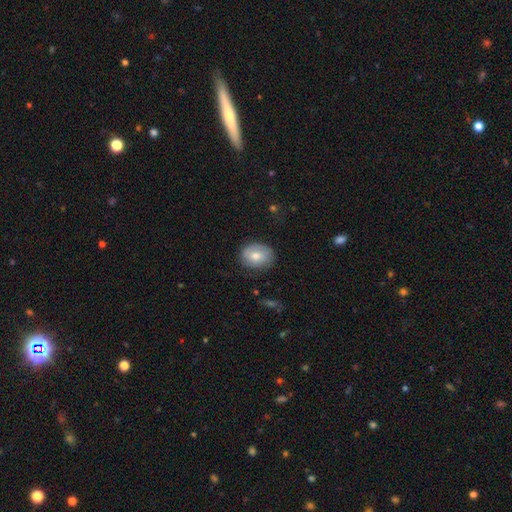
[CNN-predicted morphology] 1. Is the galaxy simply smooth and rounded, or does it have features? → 70% smooth, 23% featured or disk, 7% star or artifact.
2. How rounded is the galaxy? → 60% in between, 39% round, 1% cigar-shaped.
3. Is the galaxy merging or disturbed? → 78% none, 17% minor disturbance, 4% major disturbance, 1% merger.